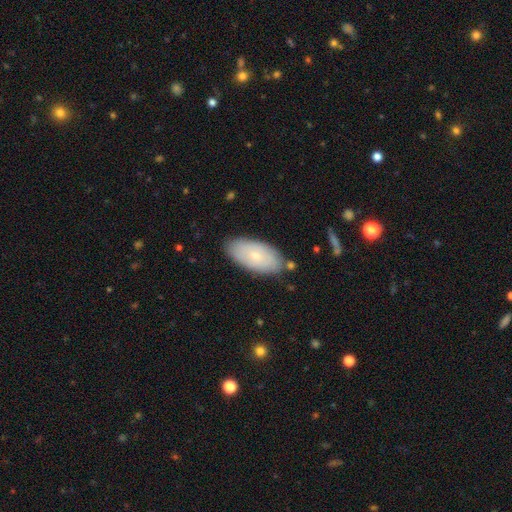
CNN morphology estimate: This appears to be a smooth galaxy with no disk features (66%) that is in between round and cigar-shaped (93%). Merging: none (80%).